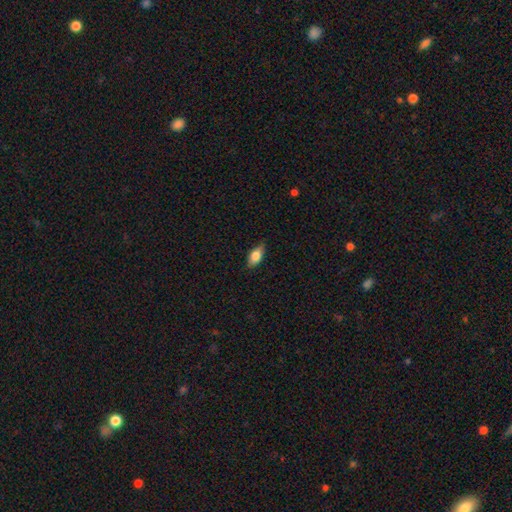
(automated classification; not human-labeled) Smooth or featured? smooth (78%)
How rounded? in between (87%)
Merging? none (79%)